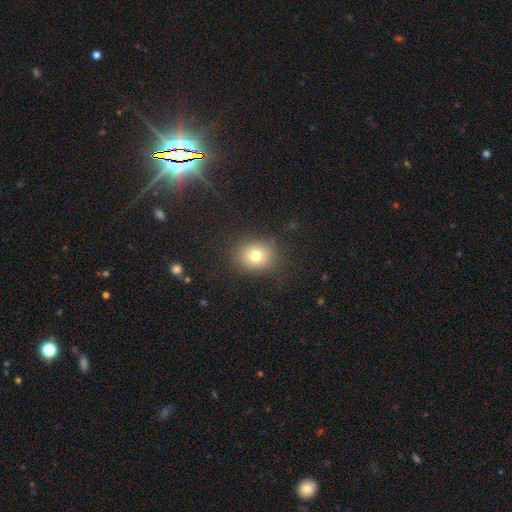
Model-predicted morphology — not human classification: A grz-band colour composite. It shows a smooth galaxy with no disk features (76%) that is round (70%). Merging: none (85%).